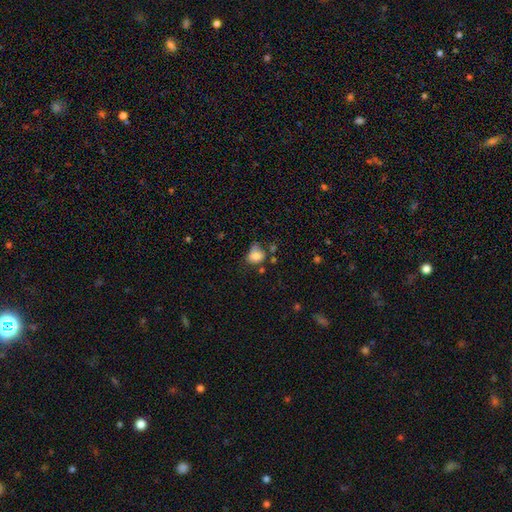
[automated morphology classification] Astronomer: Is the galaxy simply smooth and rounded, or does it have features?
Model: smooth — 78%.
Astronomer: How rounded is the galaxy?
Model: round — 53% (runner-up: in between, 46%).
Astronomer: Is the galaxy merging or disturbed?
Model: none — 44% (runner-up: minor disturbance, 34%).